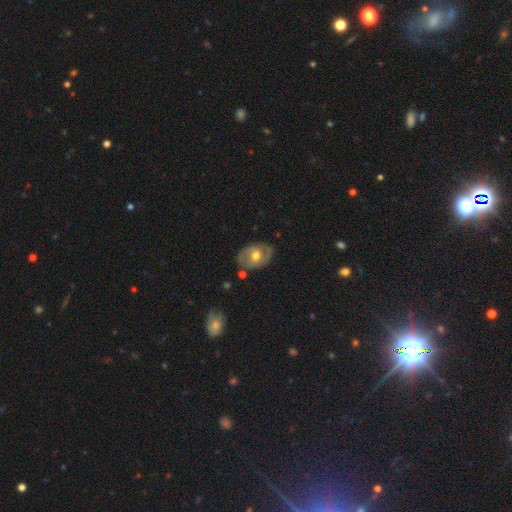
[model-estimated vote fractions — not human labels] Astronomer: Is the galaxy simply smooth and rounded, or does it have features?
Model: featured or disk — 52% (runner-up: smooth, 41%).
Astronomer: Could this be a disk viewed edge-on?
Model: no — 93%.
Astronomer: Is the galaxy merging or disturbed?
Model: none — 76%.